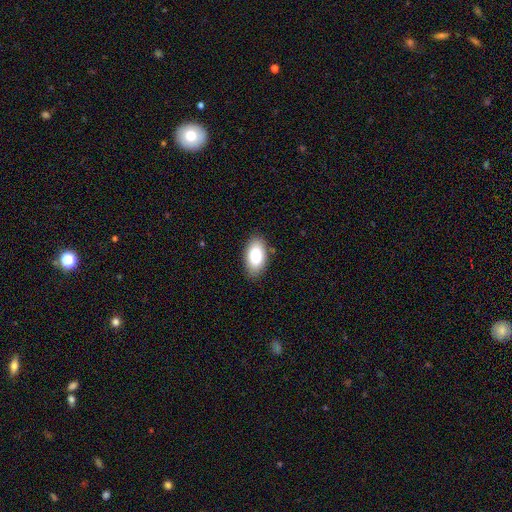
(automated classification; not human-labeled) Smooth or featured? smooth (81%)
How rounded? in between (94%)
Merging? none (86%)